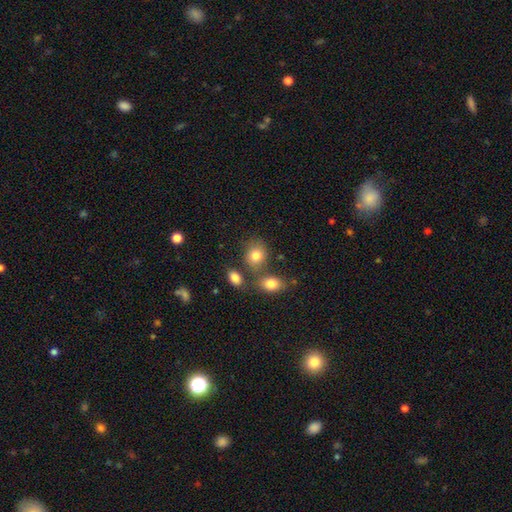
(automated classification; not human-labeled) This appears to be a smooth galaxy with no disk features (81%) that is round (55%). Merging: none (60%).